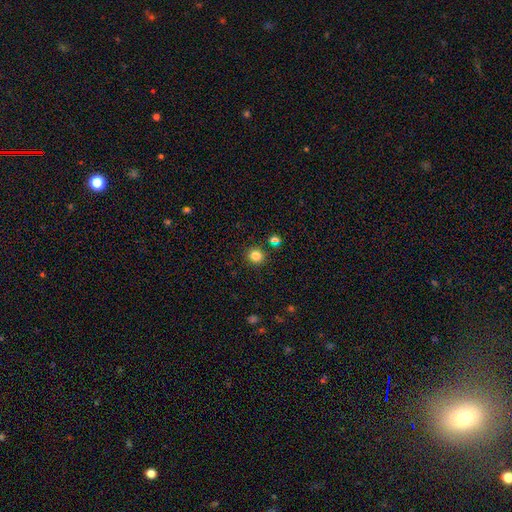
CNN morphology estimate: Q: Smooth or featured?
A: smooth (82%); runner-up: star or artifact (13%)
Q: How rounded?
A: round (91%); runner-up: in between (8%)
Q: Merging?
A: none (88%); runner-up: minor disturbance (6%)